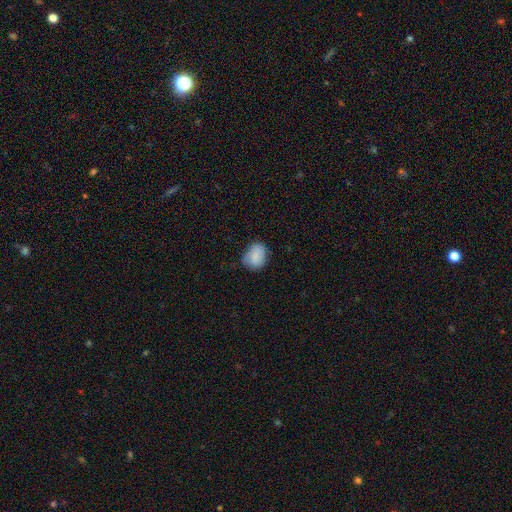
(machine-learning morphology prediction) This is clearly a smooth galaxy (82%). How rounded: possibly in between (53%). Merging: likely none (67%).